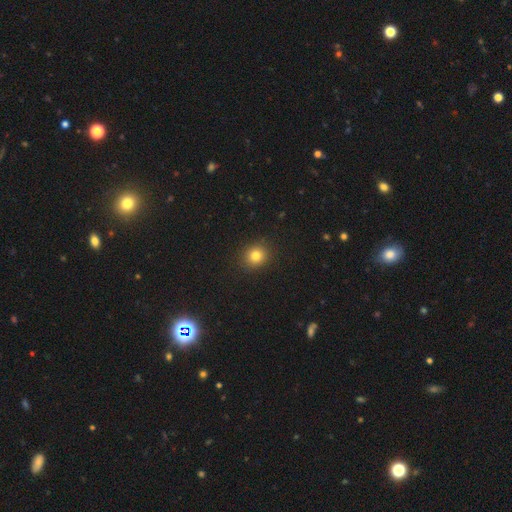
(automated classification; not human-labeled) A smooth galaxy with no disk features (81%) that is round (80%). Merging: none (90%).